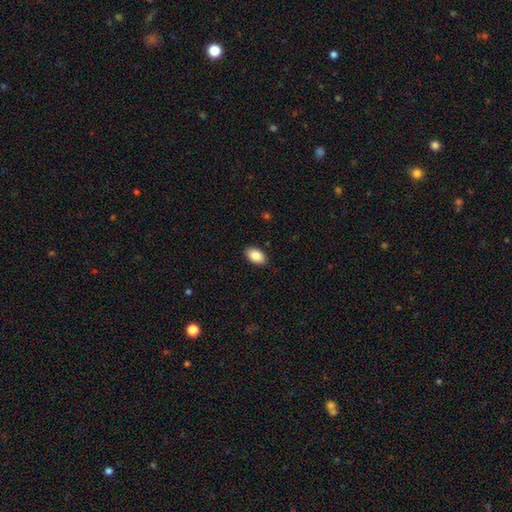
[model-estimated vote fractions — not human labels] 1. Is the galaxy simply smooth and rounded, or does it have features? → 88% smooth, 7% star or artifact, 5% featured or disk.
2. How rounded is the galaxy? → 93% in between, 6% round, 1% cigar-shaped.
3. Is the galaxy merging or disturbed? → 89% none, 8% minor disturbance, 2% major disturbance, 1% merger.